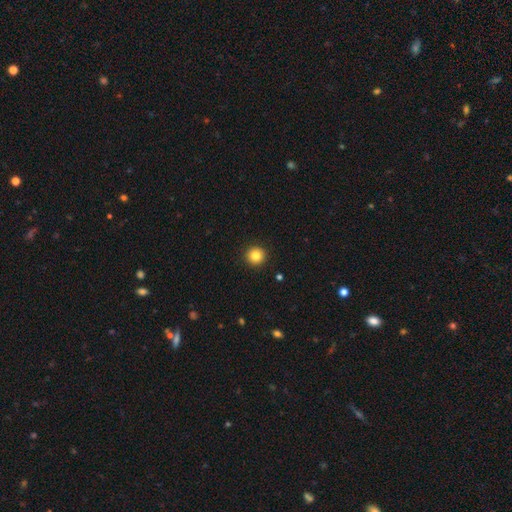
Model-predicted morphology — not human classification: A smooth galaxy with no disk features (83%) that is round (95%).

Vote fractions:
- Smooth or featured? smooth: 83% / star or artifact: 11% / featured or disk: 6%
- How rounded? round: 95% / in between: 4% / cigar-shaped: 1%
- Merging? none: 93% / minor disturbance: 4% / major disturbance: 2% / merger: 1%